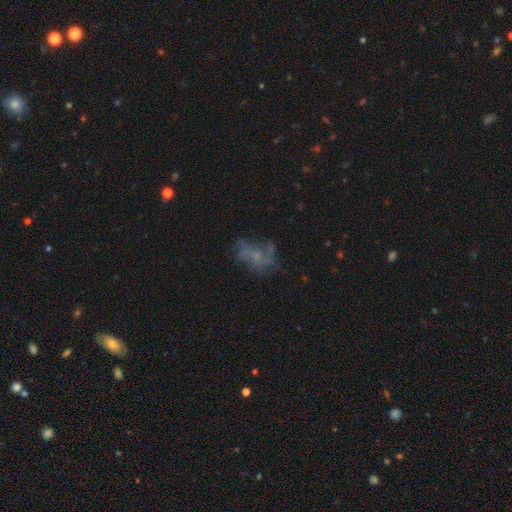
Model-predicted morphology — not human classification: smooth-or-featured: featured or disk: 51% | smooth: 30% | star or artifact: 19%
  disk-edge-on: no: 97% | yes: 3%
  merging: none: 46% | major disturbance: 29% | minor disturbance: 21% | merger: 4%